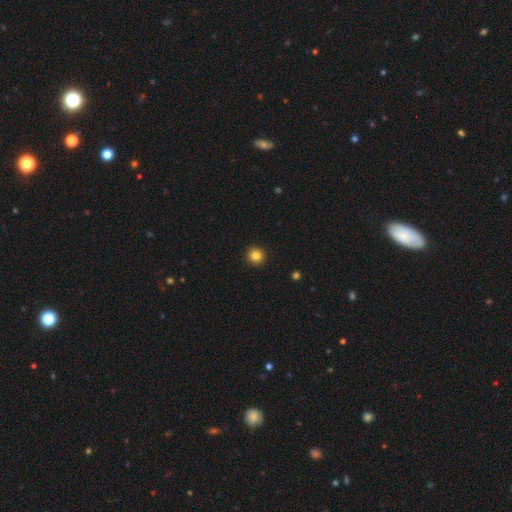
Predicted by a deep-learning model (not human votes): smooth-or-featured: smooth: 84% | star or artifact: 11% | featured or disk: 5%
  how-rounded: round: 95% | in between: 4% | cigar-shaped: 1%
  merging: none: 94% | minor disturbance: 4% | major disturbance: 1% | merger: 1%